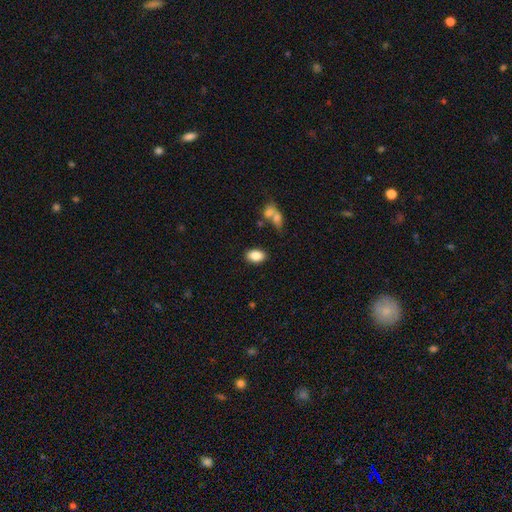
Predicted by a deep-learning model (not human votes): Smooth or featured? smooth (85%)
How rounded? in between (87%)
Merging? none (85%)